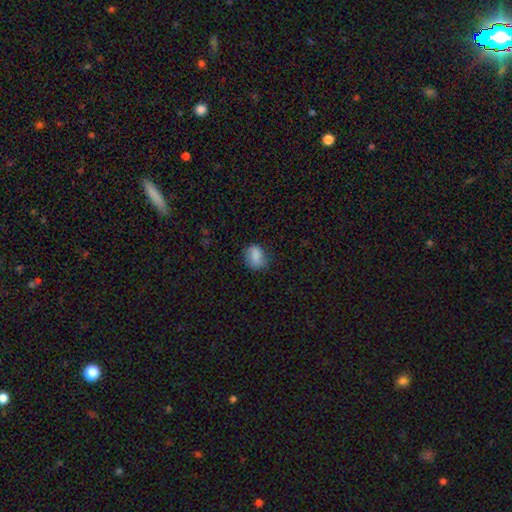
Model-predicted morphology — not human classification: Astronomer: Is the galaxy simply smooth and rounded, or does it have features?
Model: smooth — 81%.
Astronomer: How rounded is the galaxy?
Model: in between — 63%.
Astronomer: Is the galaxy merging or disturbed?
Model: none — 69%.